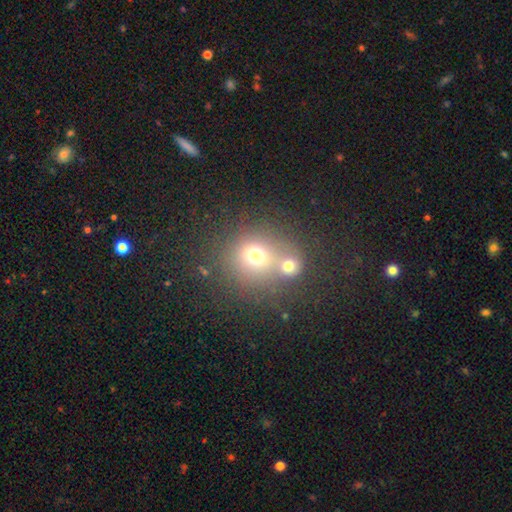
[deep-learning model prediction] A smooth galaxy with no disk features (68%) that is round (81%). Merging: merger (44%).